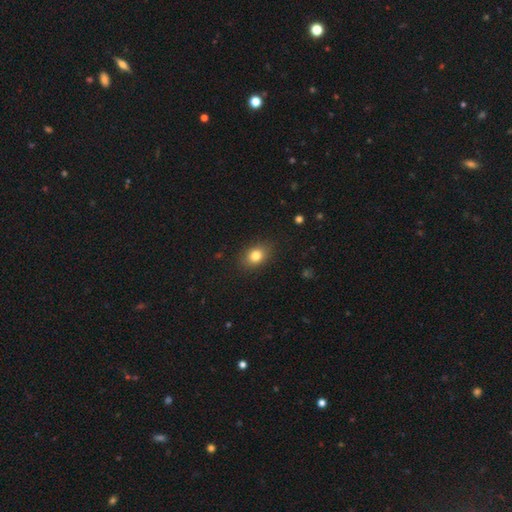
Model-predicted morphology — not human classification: Overall: smooth (81%). How rounded: in between (66%; round 32%). Merging: none (86%).